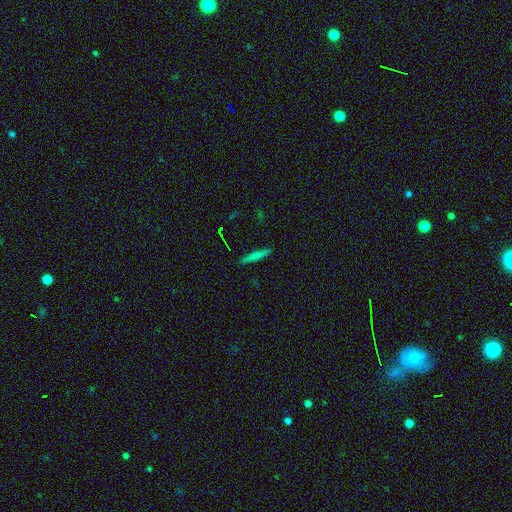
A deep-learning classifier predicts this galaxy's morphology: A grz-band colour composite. It shows a smooth galaxy with no disk features (64%) that is cigar-shaped (93%). Merging: none (89%).